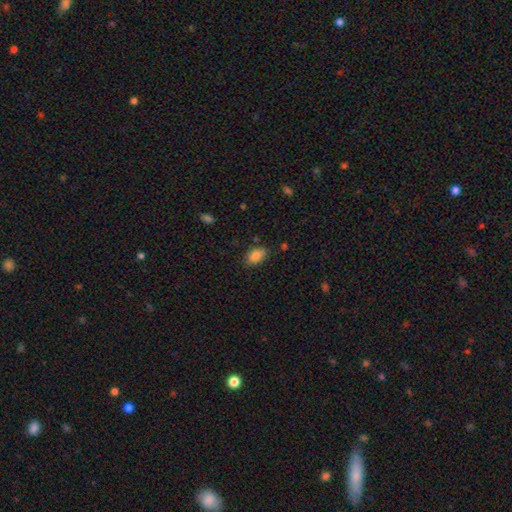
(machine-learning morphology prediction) Overall: smooth (86%). How rounded: in between (90%). Merging: none (80%).